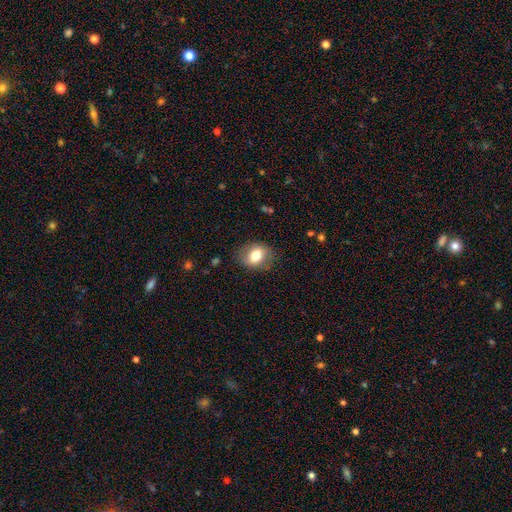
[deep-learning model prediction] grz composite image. It shows a smooth galaxy with no disk features (72%) that is in between round and cigar-shaped (59%). Merging: none (81%).